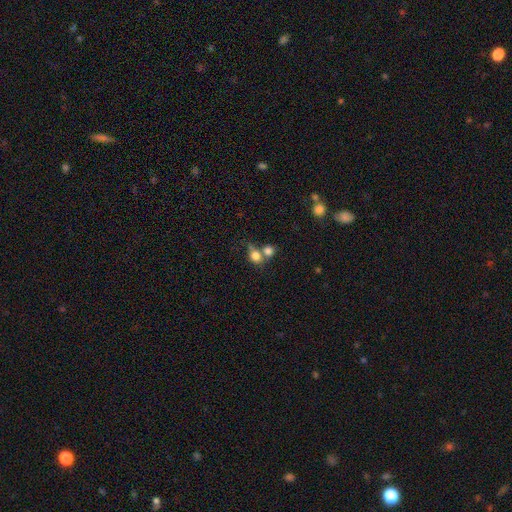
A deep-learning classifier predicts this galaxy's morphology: smooth 78%, featured or disk 11%, star or artifact 11%. Down the decision tree: how rounded — round (57%); merging — merger (52%).